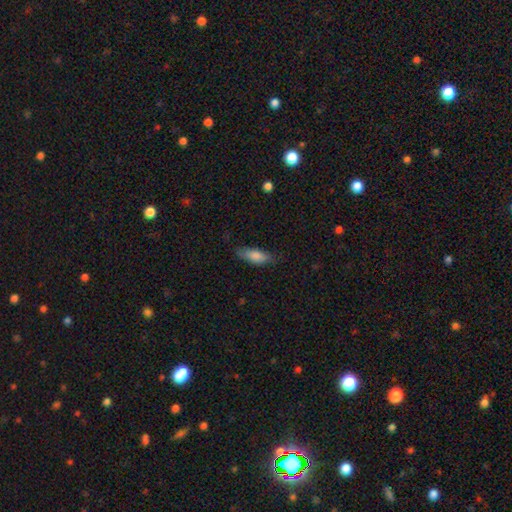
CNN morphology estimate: Q: Smooth or featured?
A: smooth (81%); runner-up: featured or disk (13%)
Q: How rounded?
A: in between (62%); runner-up: cigar-shaped (36%)
Q: Merging?
A: none (76%); runner-up: minor disturbance (19%)